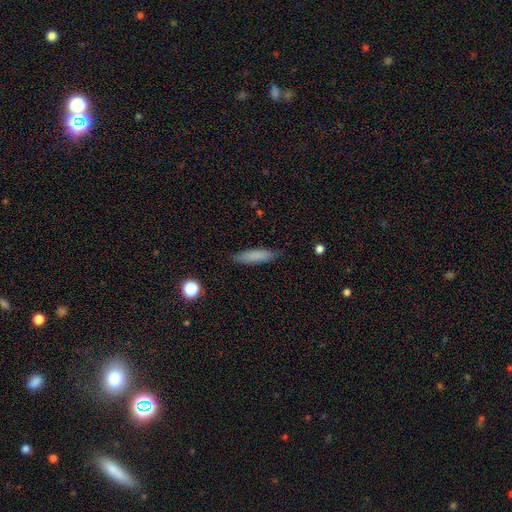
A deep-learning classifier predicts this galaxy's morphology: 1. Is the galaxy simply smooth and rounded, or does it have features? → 81% smooth, 11% featured or disk, 7% star or artifact.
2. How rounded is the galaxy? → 77% cigar-shaped, 21% in between, 2% round.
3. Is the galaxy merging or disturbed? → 86% none, 11% minor disturbance, 2% major disturbance, 1% merger.